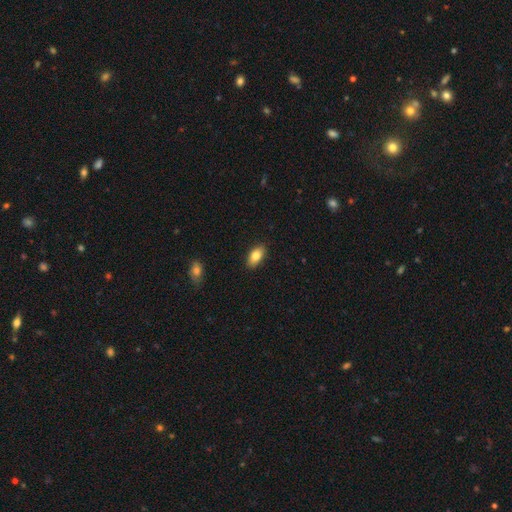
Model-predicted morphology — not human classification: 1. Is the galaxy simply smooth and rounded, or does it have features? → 82% smooth, 11% featured or disk, 7% star or artifact.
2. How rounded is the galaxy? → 91% in between, 5% round, 4% cigar-shaped.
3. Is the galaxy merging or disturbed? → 88% none, 9% minor disturbance, 2% major disturbance, 1% merger.